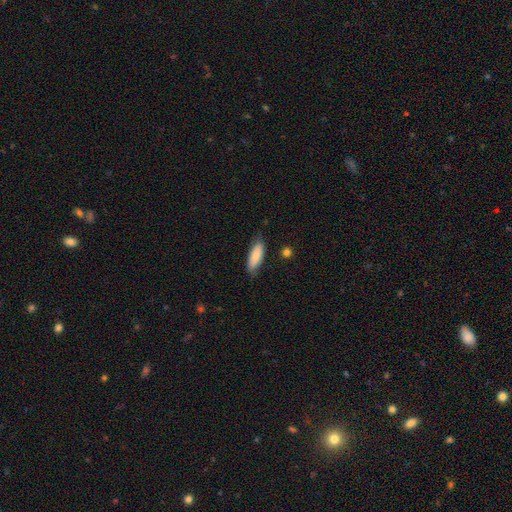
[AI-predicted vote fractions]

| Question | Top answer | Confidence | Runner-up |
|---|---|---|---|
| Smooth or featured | smooth | 83% | featured or disk (11%) |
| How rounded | in between | 62% | cigar-shaped (37%) |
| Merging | none | 78% | minor disturbance (18%) |